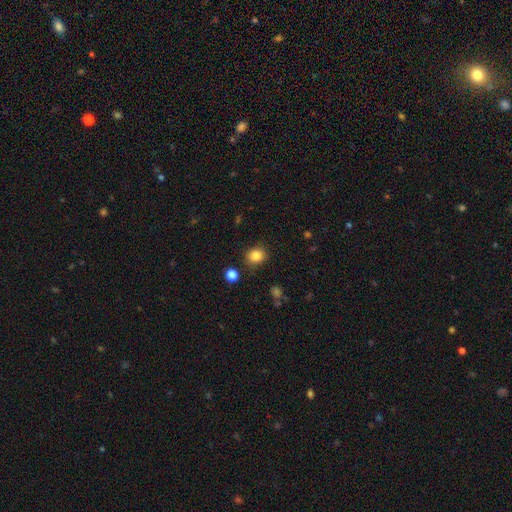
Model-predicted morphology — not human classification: Overall: smooth (84%). How rounded: round (76%). Merging: none (84%).